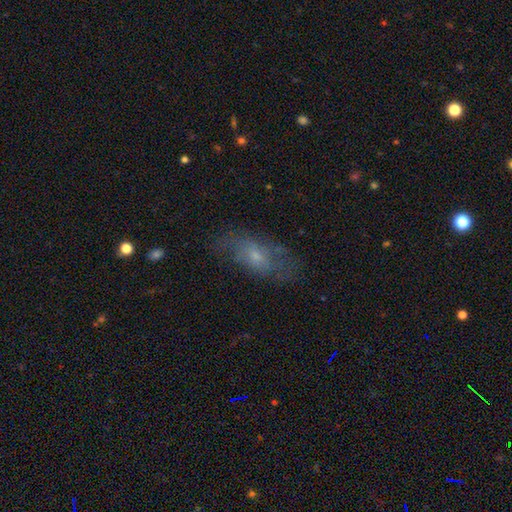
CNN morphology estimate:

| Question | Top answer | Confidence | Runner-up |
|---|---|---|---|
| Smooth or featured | smooth | 48% | featured or disk (42%) |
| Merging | none | 59% | minor disturbance (23%) |